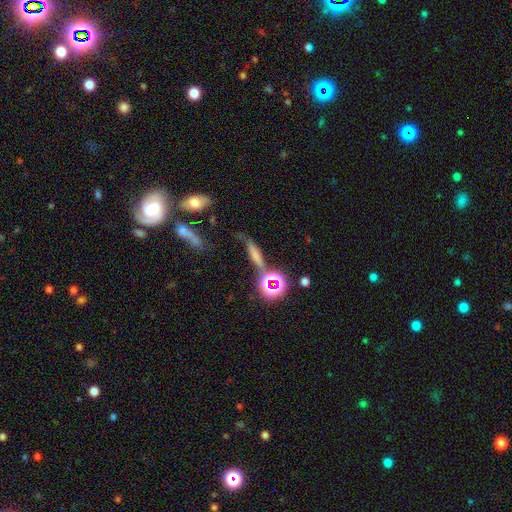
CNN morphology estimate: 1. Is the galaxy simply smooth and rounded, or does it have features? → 52% smooth, 24% star or artifact, 24% featured or disk.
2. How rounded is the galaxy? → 67% cigar-shaped, 21% in between, 12% round.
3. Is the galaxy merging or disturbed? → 52% none, 19% minor disturbance, 18% merger, 11% major disturbance.